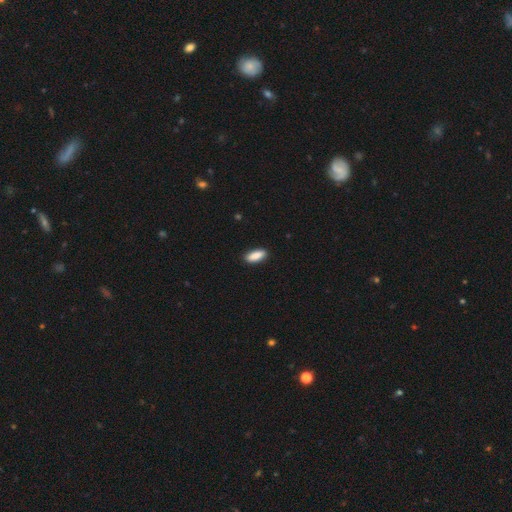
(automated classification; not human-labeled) Smooth or featured? smooth (89%)
How rounded? in between (76%)
Merging? none (88%)